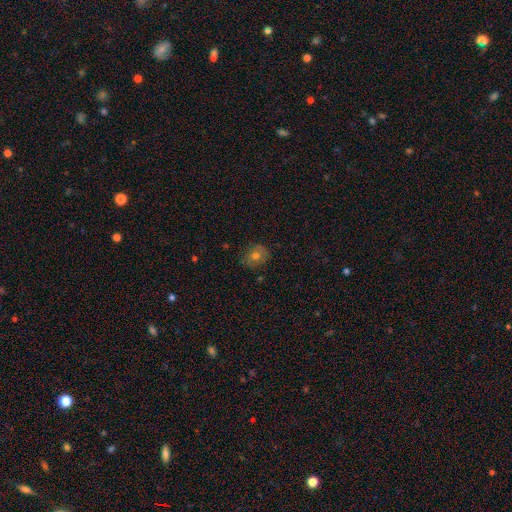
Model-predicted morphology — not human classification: smooth 68%, featured or disk 19%, star or artifact 13%. Down the decision tree: how rounded — round (74%); merging — none (81%).